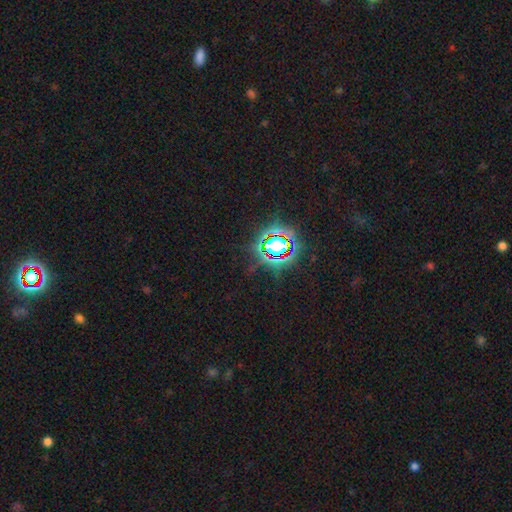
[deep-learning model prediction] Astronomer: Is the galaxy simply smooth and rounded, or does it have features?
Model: star or artifact — 80%.